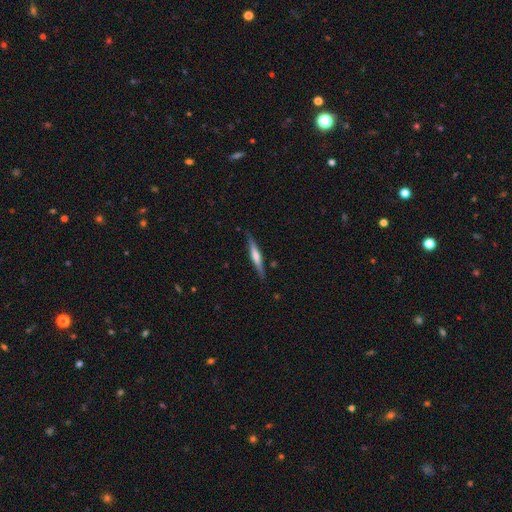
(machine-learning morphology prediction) This is possibly a featured or disk galaxy (52%). It is clearly viewed edge-on (96%). Edge-on bulge: possibly rounded (47%). Merging: clearly none (85%).